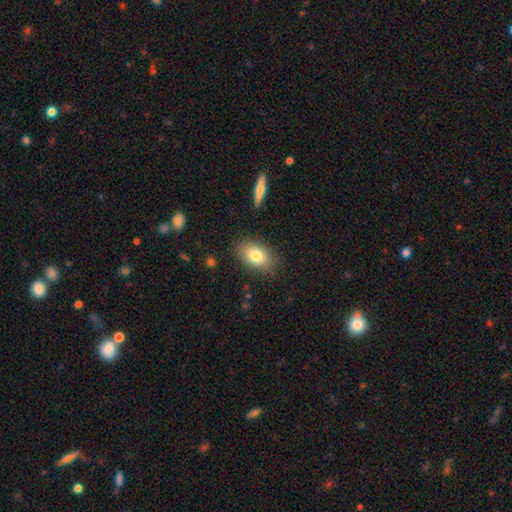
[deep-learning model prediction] Q: Smooth or featured?
A: smooth (80%); runner-up: featured or disk (12%)
Q: How rounded?
A: in between (89%); runner-up: round (9%)
Q: Merging?
A: none (84%); runner-up: minor disturbance (11%)